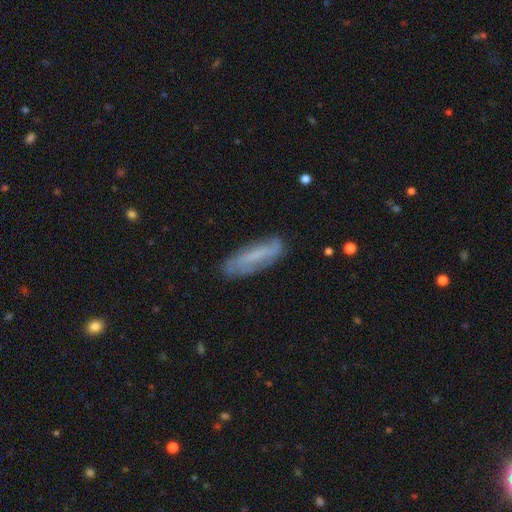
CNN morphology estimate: This is possibly a smooth galaxy (49%). Merging: likely none (77%).